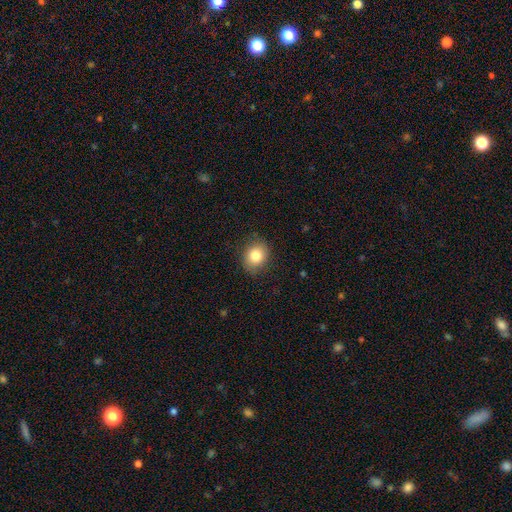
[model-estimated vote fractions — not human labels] Q: Smooth or featured?
A: smooth (82%); runner-up: star or artifact (9%)
Q: How rounded?
A: round (64%); runner-up: in between (36%)
Q: Merging?
A: none (83%); runner-up: minor disturbance (13%)